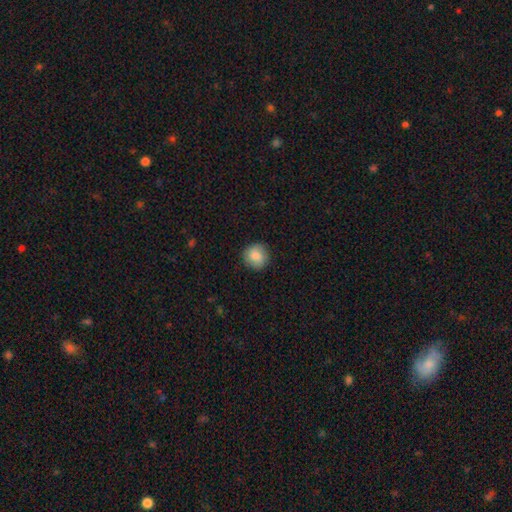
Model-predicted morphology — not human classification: type=smooth (85%); roundness=round (91%); merging=none (86%).